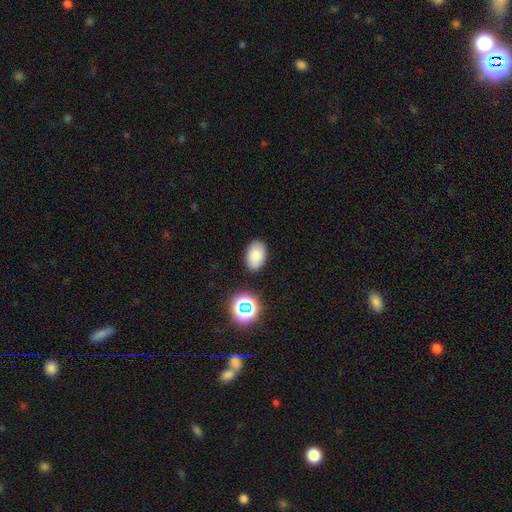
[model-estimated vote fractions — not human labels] A smooth galaxy with no disk features (81%) that is in between round and cigar-shaped (91%). Merging: none (84%).